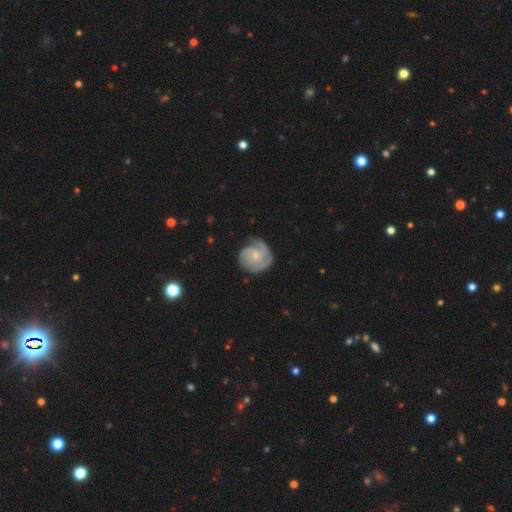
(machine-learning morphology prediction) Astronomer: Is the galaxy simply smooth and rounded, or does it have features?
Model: featured or disk — 85%.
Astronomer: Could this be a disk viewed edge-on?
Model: no — 98%.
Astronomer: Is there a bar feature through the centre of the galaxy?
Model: no — 72%.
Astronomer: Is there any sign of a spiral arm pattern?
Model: yes — 97%.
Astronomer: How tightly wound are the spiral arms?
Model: tight — 64%.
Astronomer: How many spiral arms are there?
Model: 3 — 40% (runner-up: 2, 32%).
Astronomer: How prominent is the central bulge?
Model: small — 63%.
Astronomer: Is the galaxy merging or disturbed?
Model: none — 72%.